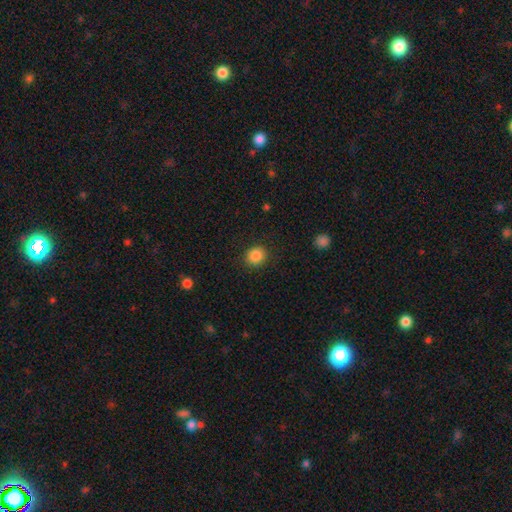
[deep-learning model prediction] This is clearly a smooth galaxy (86%). How rounded: clearly round (81%). Merging: clearly none (89%).